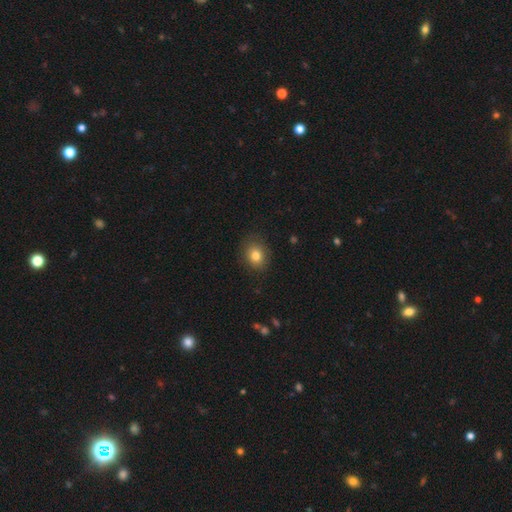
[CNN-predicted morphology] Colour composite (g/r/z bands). It shows a smooth galaxy with no disk features (80%) that is round (60%). Merging: none (85%).